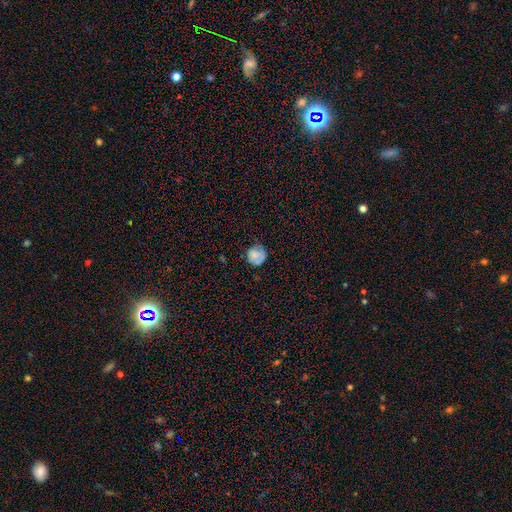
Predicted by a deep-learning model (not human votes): smooth-or-featured: smooth: 72% | featured or disk: 18% | star or artifact: 10%
  how-rounded: round: 84% | in between: 15% | cigar-shaped: 1%
  merging: none: 63% | minor disturbance: 26% | major disturbance: 8% | merger: 3%